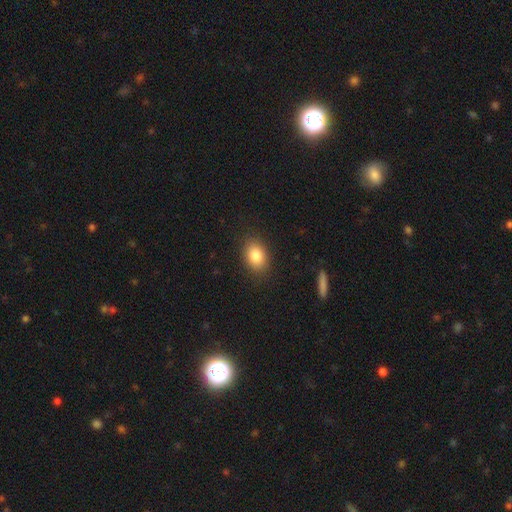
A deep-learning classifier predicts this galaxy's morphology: The model was most divided on "how rounded": in between: 74%, round: 25%, cigar-shaped: 1%. More confident: merging — none (86%); smooth or featured — smooth (85%).